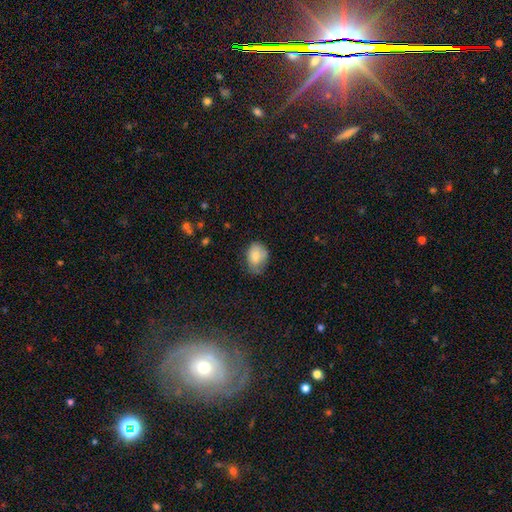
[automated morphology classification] Overall: smooth (81%). How rounded: in between (67%; round 32%). Merging: none (48%; minor disturbance 38%).